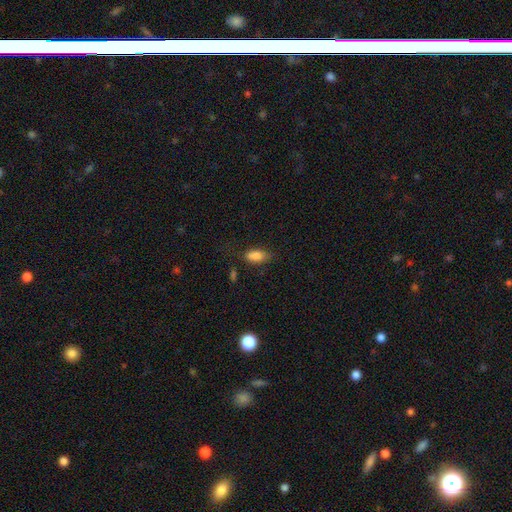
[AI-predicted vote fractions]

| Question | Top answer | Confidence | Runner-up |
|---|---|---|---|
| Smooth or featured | smooth | 83% | star or artifact (9%) |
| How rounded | in between | 89% | cigar-shaped (6%) |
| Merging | none | 62% | minor disturbance (24%) |